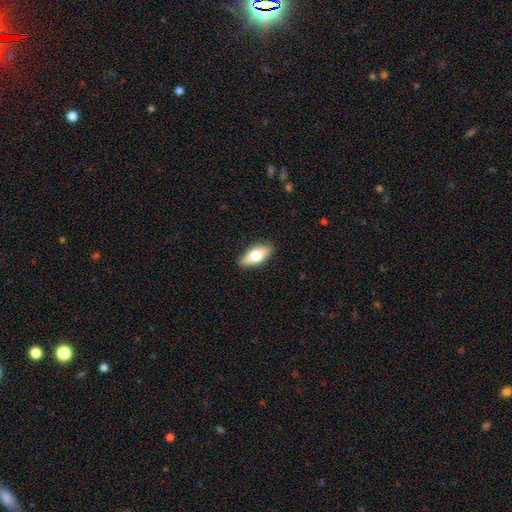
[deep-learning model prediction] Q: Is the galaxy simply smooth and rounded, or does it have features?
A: smooth — 64%.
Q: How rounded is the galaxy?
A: in between — 83%.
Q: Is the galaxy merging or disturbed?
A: none — 87%.